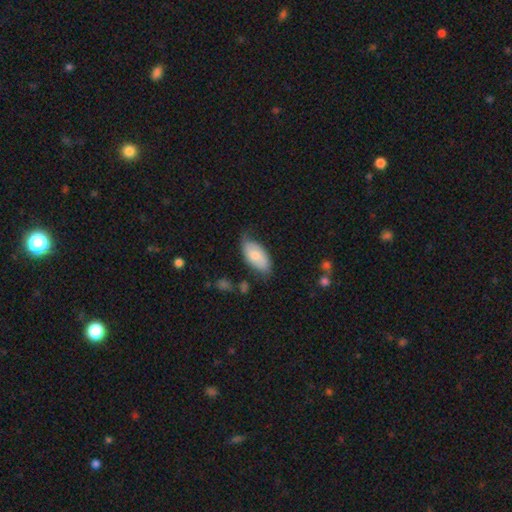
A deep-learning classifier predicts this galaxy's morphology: A smooth galaxy with no disk features (71%) that is in between round and cigar-shaped (94%).

Vote fractions:
- Smooth or featured? smooth: 71% / featured or disk: 24% / star or artifact: 6%
- How rounded? in between: 94% / cigar-shaped: 3% / round: 3%
- Merging? none: 58% / minor disturbance: 32% / major disturbance: 8% / merger: 3%